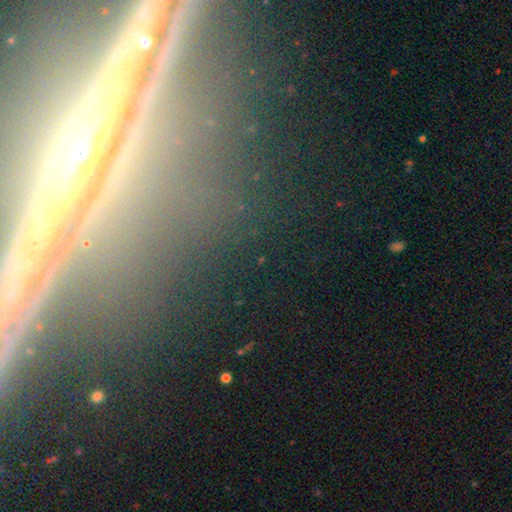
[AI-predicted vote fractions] featured or disk 44%, star or artifact 40%, smooth 16%. Down the decision tree: merging — none (86%).